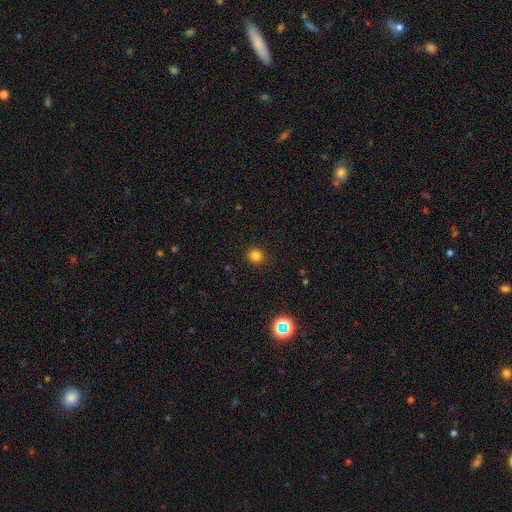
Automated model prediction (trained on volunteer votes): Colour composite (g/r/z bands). It shows a smooth galaxy with no disk features (81%) that is round (88%). Merging: none (91%).